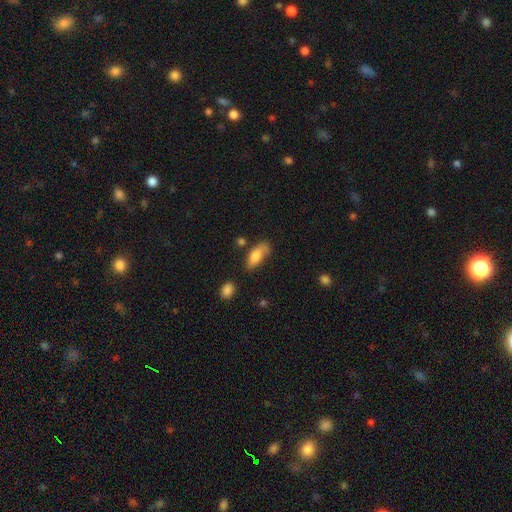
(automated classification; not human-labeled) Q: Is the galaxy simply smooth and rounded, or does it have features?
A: smooth — 78%.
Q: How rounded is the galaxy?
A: in between — 81%.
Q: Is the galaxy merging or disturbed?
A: none — 56%.